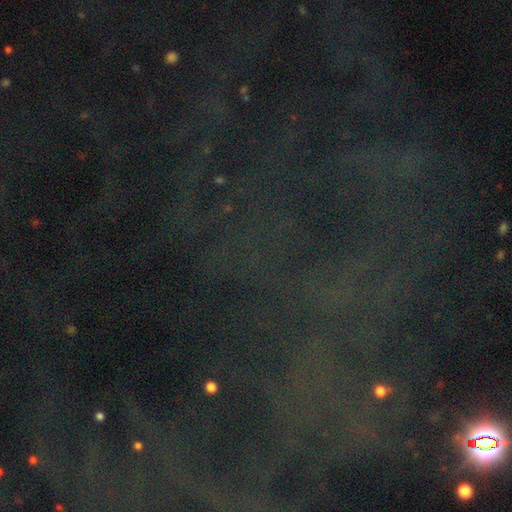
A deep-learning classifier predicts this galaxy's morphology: A star or artifact, not a galaxy (82%).